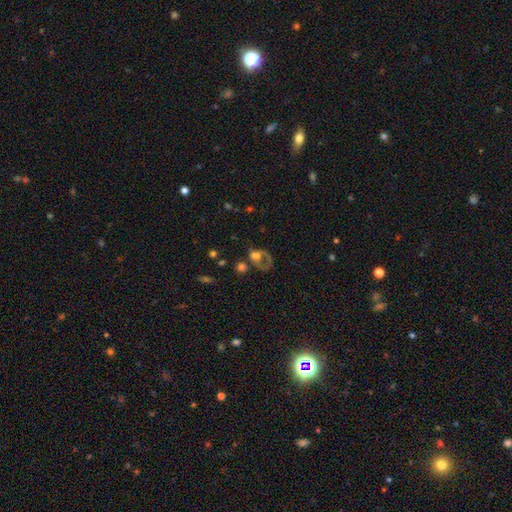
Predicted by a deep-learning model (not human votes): Smooth or featured?
  - featured or disk: 43% *
  - smooth: 42%
  - star or artifact: 15%
Merging?
  - major disturbance: 38% *
  - none: 25%
  - merger: 23%
  - minor disturbance: 14%